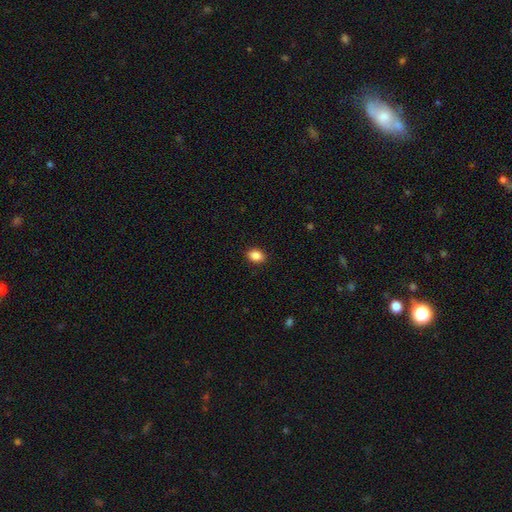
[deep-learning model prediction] Overall: smooth (88%). How rounded: in between (78%). Merging: none (90%).